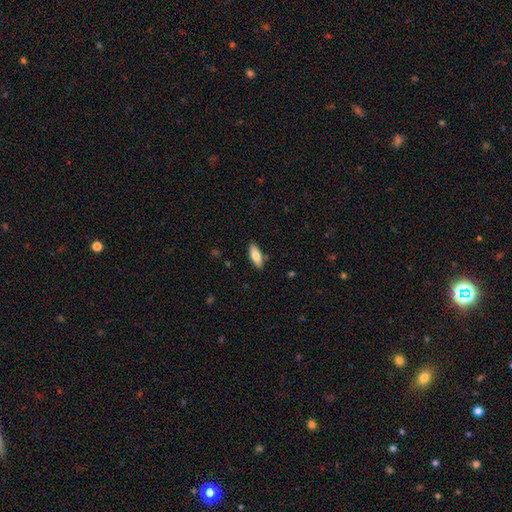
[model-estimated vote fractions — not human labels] The model was most divided on "how rounded": in between: 74%, cigar-shaped: 24%, round: 2%. More confident: merging — none (86%); smooth or featured — smooth (74%).